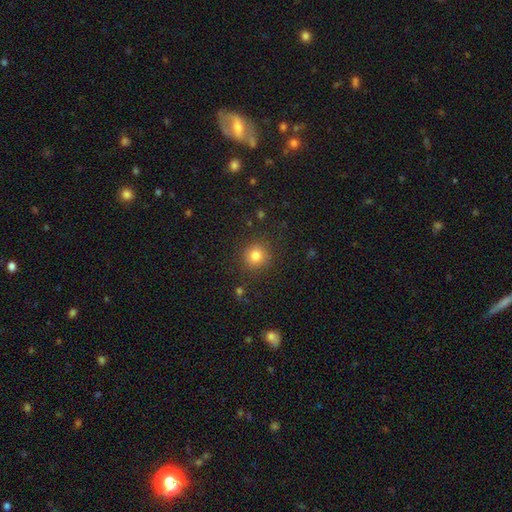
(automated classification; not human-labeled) Smooth or featured: smooth — 82% (star or artifact — 12%)
How rounded: round — 91% (in between — 8%)
Merging: none — 88% (minor disturbance — 8%)